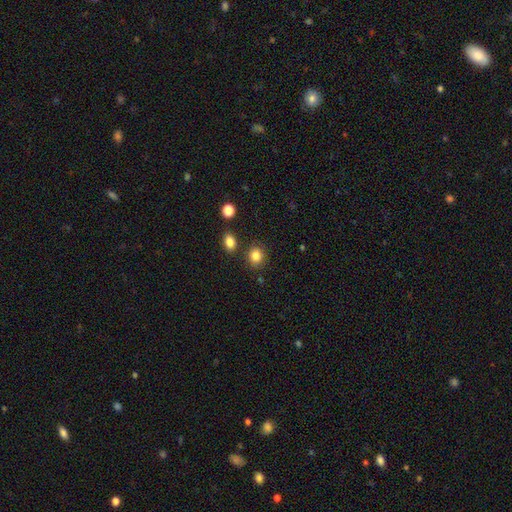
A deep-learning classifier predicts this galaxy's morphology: Q: Smooth or featured?
A: smooth (85%); runner-up: star or artifact (11%)
Q: How rounded?
A: round (72%); runner-up: in between (27%)
Q: Merging?
A: none (82%); runner-up: minor disturbance (9%)